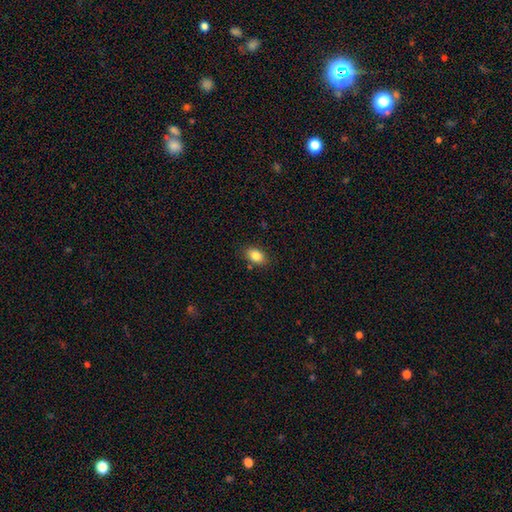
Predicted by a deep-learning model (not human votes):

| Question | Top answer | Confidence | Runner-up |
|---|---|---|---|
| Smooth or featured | smooth | 84% | star or artifact (9%) |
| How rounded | in between | 85% | round (14%) |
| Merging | none | 84% | minor disturbance (11%) |